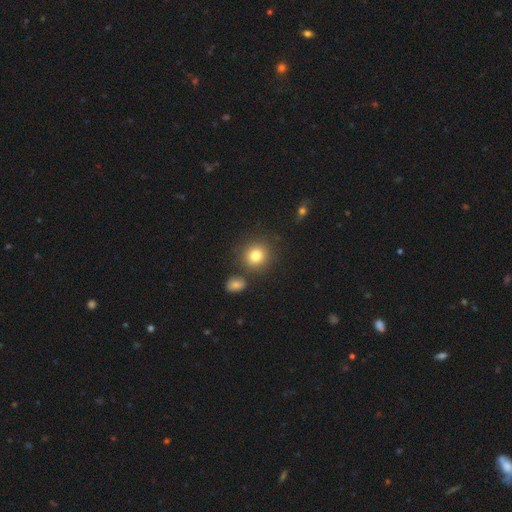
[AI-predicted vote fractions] A smooth galaxy with no disk features (81%) that is round (87%).

Vote fractions:
- Smooth or featured? smooth: 81% / star or artifact: 11% / featured or disk: 8%
- How rounded? round: 87% / in between: 12% / cigar-shaped: 1%
- Merging? none: 81% / minor disturbance: 8% / merger: 8% / major disturbance: 3%